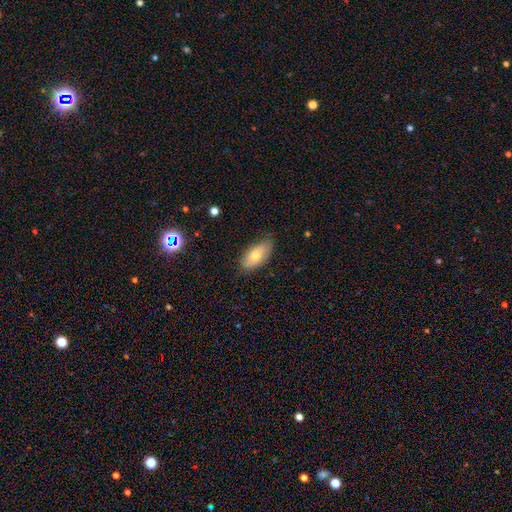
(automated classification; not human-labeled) A smooth galaxy with no disk features (69%) that is in between round and cigar-shaped (90%). Merging: none (79%).